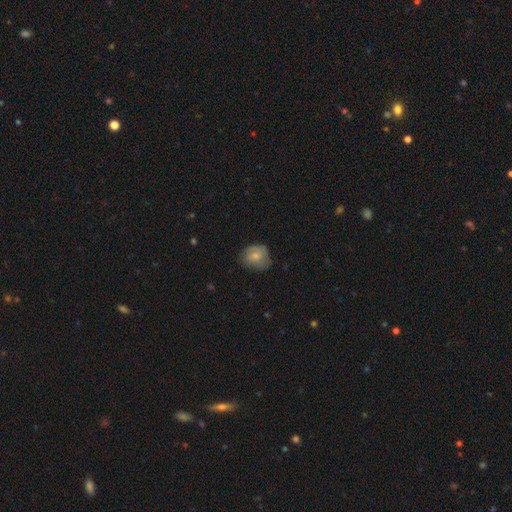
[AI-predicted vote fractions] Q: Smooth or featured?
A: smooth (62%); runner-up: featured or disk (31%)
Q: How rounded?
A: round (60%); runner-up: in between (39%)
Q: Merging?
A: none (57%); runner-up: minor disturbance (30%)